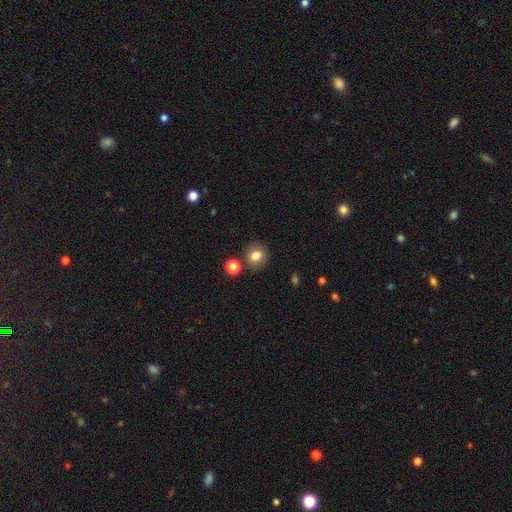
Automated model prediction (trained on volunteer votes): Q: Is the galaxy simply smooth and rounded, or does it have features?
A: smooth — 82%.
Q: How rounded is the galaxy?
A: round — 84%.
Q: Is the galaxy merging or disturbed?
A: none — 82%.